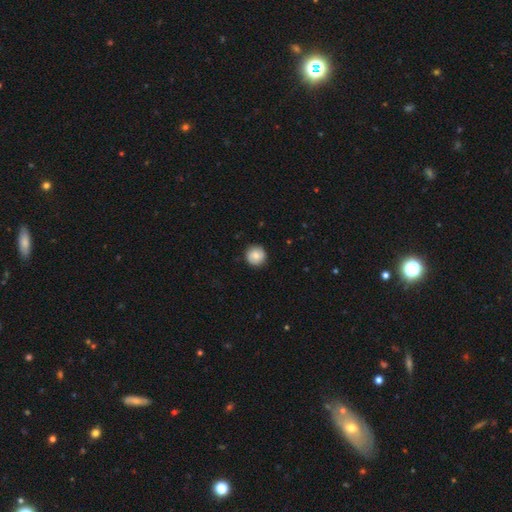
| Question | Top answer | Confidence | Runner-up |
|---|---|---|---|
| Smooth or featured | smooth | 87% | featured or disk (10%) |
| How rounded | round | 94% | in between (6%) |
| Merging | none | 87% | minor disturbance (13%) |